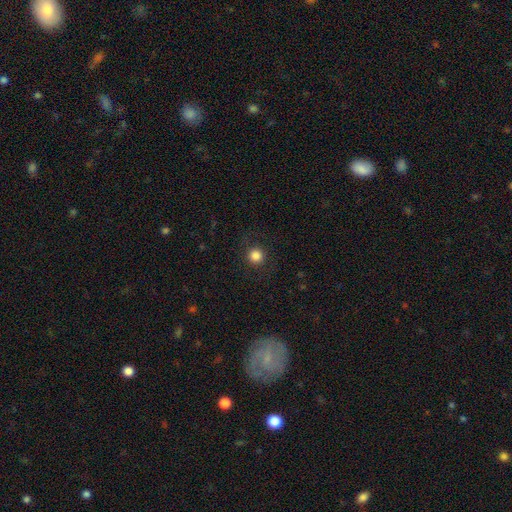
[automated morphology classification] Overall: smooth (84%). How rounded: round (94%). Merging: none (89%).